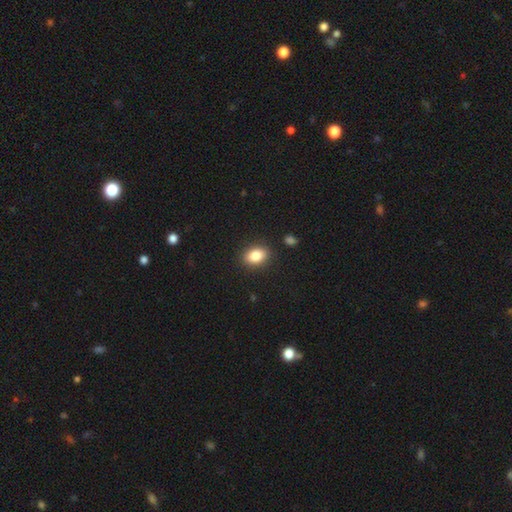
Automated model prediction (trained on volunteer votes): smooth_or_featured: smooth (p=0.84) [alt: star or artifact p=0.09]
how_rounded: in between (p=0.75) [alt: round p=0.23]
merging: none (p=0.88) [alt: minor disturbance p=0.08]